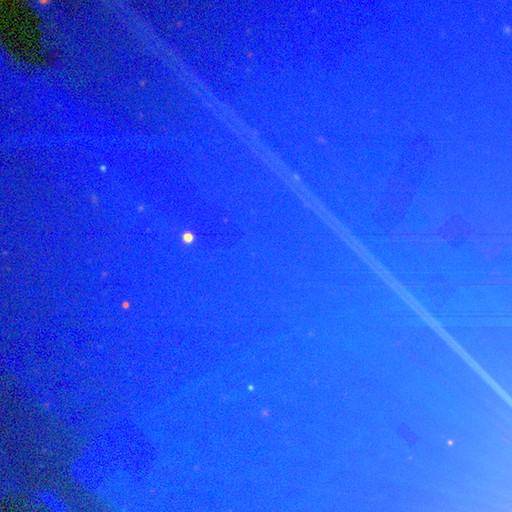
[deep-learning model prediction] smooth-or-featured: star or artifact: 87% | featured or disk: 7% | smooth: 6%